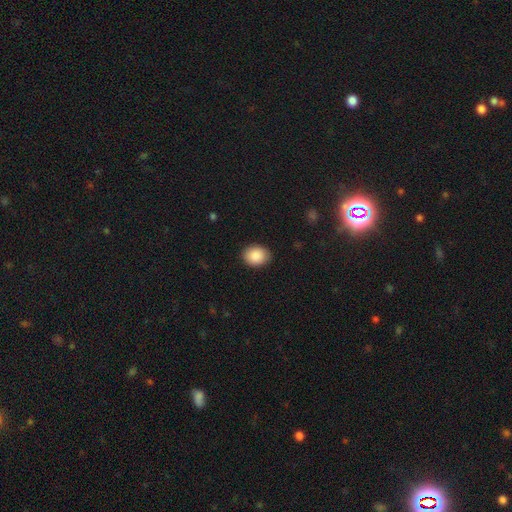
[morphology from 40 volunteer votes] Volunteers were most divided on "how rounded": round: 54%, in between: 46%, cigar-shaped: 0%. More confident: smooth or featured — smooth (88%); merging — none (84%).